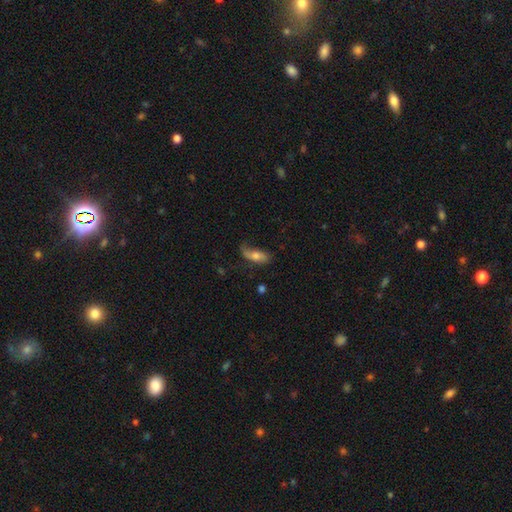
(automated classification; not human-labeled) A smooth galaxy with no disk features (57%) that is in between round and cigar-shaped (71%).

Vote fractions:
- Smooth or featured? smooth: 57% / featured or disk: 36% / star or artifact: 7%
- How rounded? in between: 71% / cigar-shaped: 25% / round: 4%
- Merging? none: 43% / minor disturbance: 31% / major disturbance: 22% / merger: 3%